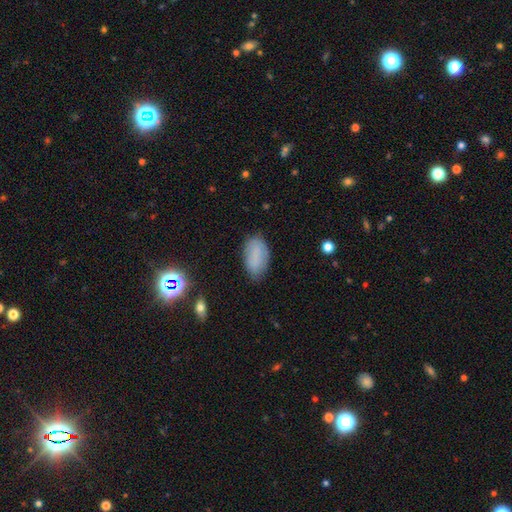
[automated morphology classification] Overall: smooth (77%). How rounded: in between (93%). Merging: none (75%).